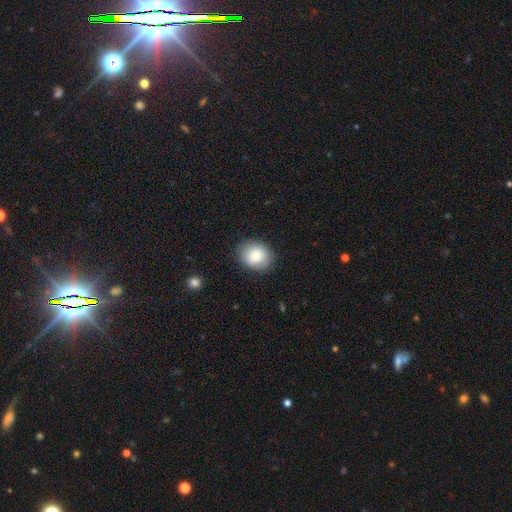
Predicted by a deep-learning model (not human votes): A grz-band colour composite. It shows a smooth galaxy with no disk features (81%) that is round (52%). Merging: none (86%).